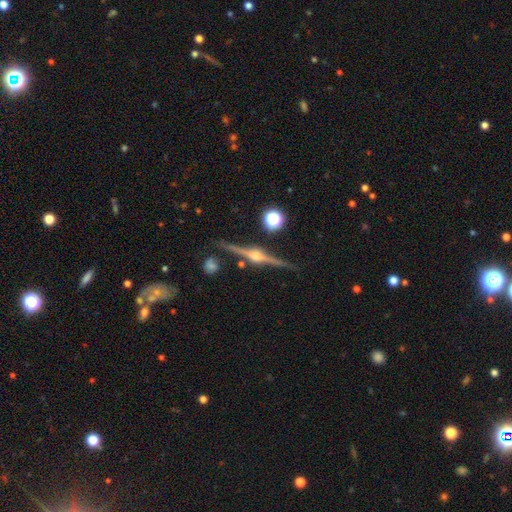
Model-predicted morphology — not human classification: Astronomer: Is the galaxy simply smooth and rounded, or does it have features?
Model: featured or disk — 88%.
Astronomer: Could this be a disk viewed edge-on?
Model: yes — 98%.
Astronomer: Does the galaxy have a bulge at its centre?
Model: rounded — 94%.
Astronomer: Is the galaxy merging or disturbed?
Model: none — 88%.